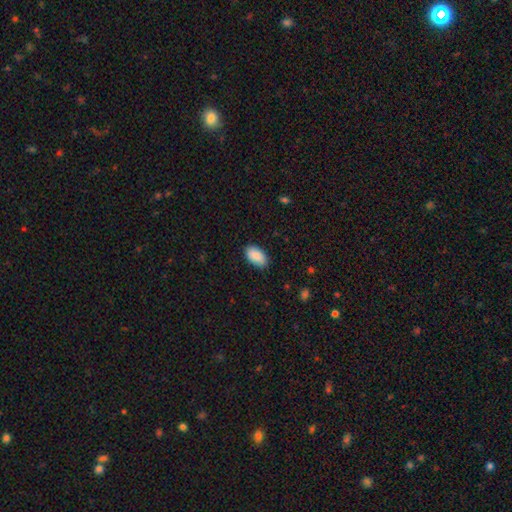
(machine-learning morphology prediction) Smooth or featured: smooth — 90% (star or artifact — 6%)
How rounded: in between — 95% (round — 4%)
Merging: none — 85% (minor disturbance — 12%)